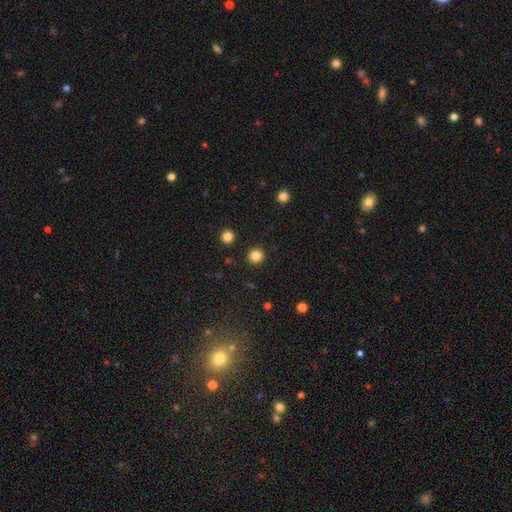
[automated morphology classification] This appears to be a smooth galaxy with no disk features (83%) that is round (95%). Merging: none (93%).